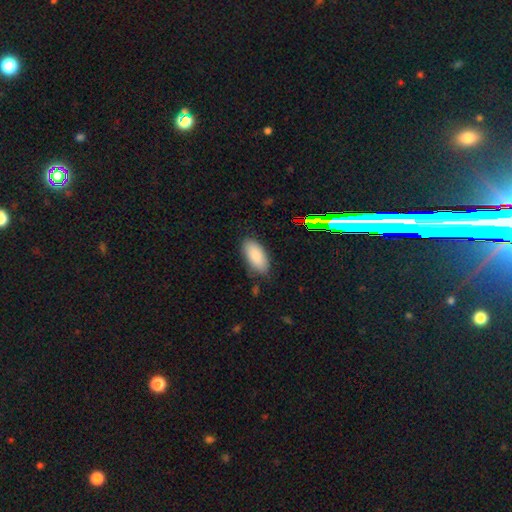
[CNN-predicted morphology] Smooth or featured: smooth — 86% (star or artifact — 7%)
How rounded: in between — 93% (cigar-shaped — 5%)
Merging: none — 80% (minor disturbance — 15%)